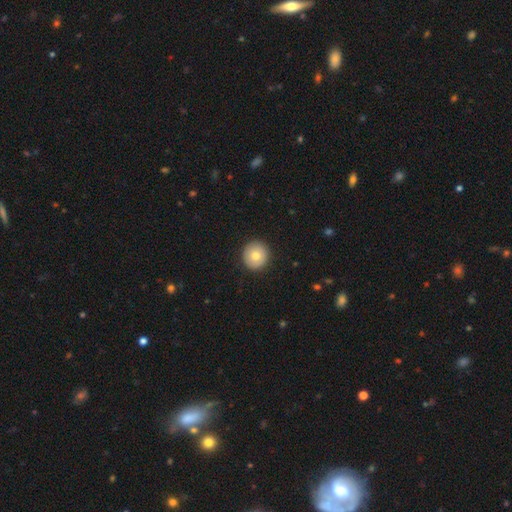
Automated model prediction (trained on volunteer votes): The model was most divided on "smooth or featured": smooth: 78%, featured or disk: 14%, star or artifact: 8%. More confident: how rounded — round (93%); merging — none (92%).